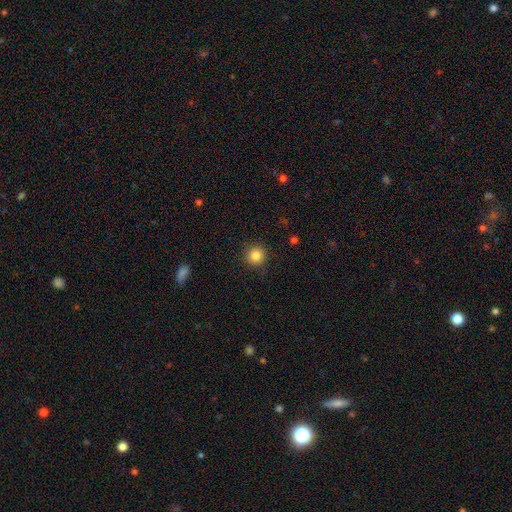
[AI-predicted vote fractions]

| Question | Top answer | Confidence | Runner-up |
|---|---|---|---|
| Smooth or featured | smooth | 84% | star or artifact (11%) |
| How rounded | round | 94% | in between (5%) |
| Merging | none | 91% | minor disturbance (6%) |